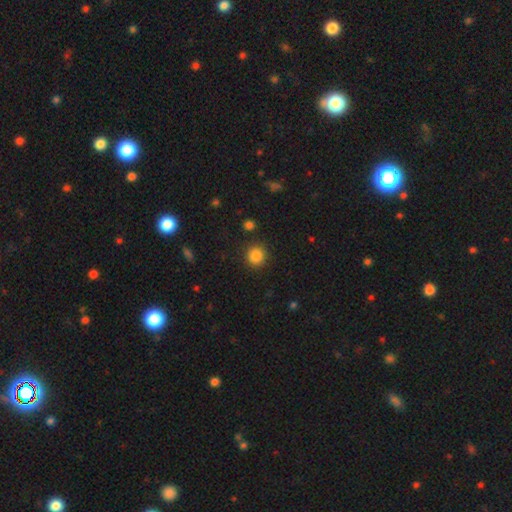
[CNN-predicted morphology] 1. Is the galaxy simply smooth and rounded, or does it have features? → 86% smooth, 11% star or artifact, 4% featured or disk.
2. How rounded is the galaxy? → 90% round, 9% in between, 1% cigar-shaped.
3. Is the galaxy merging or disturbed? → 89% none, 7% minor disturbance, 3% major disturbance, 2% merger.